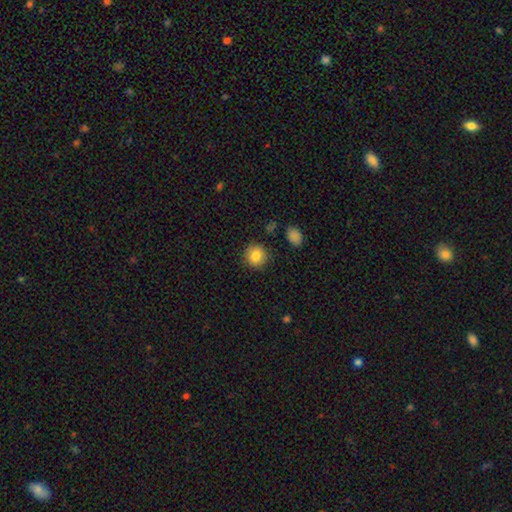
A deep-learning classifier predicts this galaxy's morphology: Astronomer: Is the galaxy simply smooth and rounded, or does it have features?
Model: smooth — 85%.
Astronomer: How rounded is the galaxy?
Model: round — 91%.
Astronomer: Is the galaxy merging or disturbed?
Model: none — 88%.